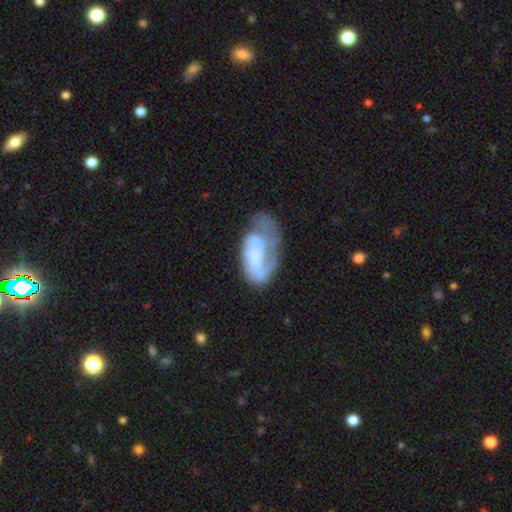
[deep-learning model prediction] featured or disk 60%, smooth 33%, star or artifact 8%. Down the decision tree: edge-on disk — no (96%); bar — no (72%); spiral arms — yes (58%); bulge size — none (42%); merging — major disturbance (34%).